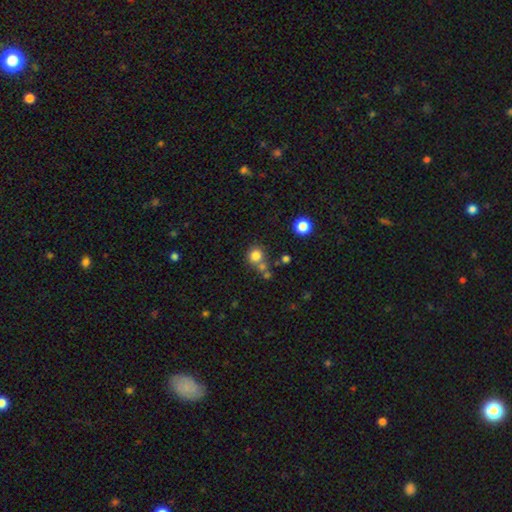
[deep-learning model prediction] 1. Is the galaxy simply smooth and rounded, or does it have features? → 78% smooth, 14% star or artifact, 8% featured or disk.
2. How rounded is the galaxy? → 87% round, 12% in between, 1% cigar-shaped.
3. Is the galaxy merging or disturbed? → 58% none, 26% merger, 11% minor disturbance, 5% major disturbance.